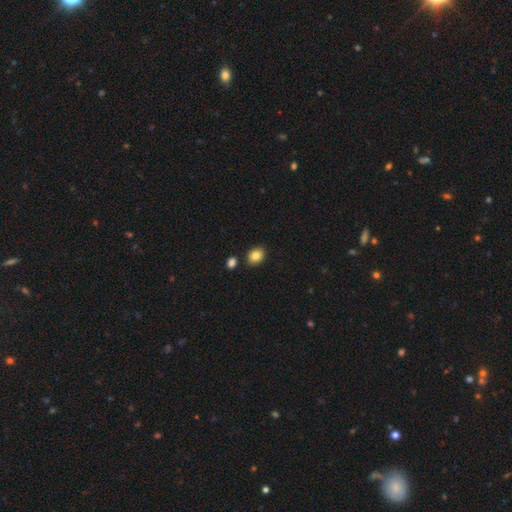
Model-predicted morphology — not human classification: smooth 84%, star or artifact 9%, featured or disk 6%. Down the decision tree: how rounded — in between (57%); merging — none (84%).